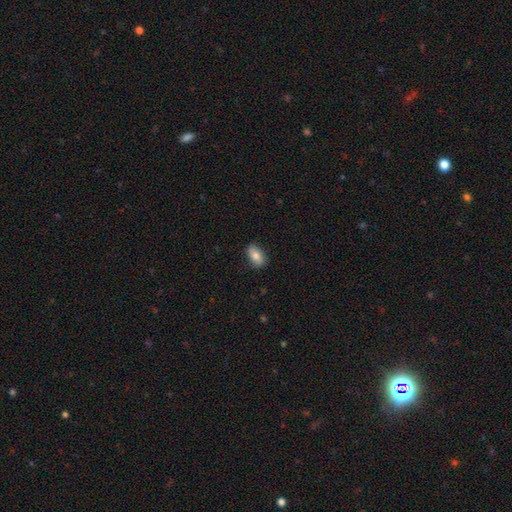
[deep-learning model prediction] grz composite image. It shows a smooth galaxy with no disk features (75%) that is in between round and cigar-shaped (89%). Merging: none (81%).